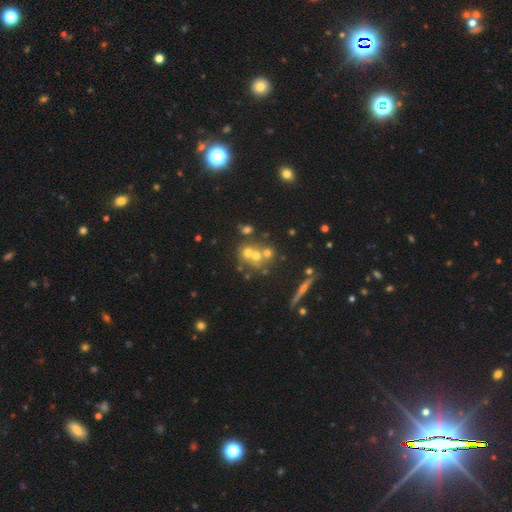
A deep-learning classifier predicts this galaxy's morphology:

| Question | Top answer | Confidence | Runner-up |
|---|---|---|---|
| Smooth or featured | smooth | 48% | featured or disk (32%) |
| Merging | merger | 49% | none (39%) |